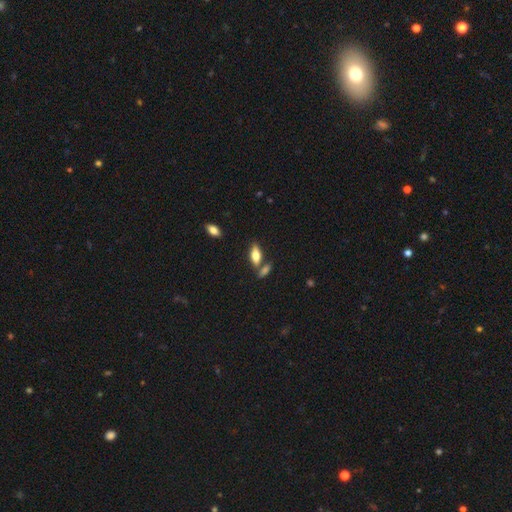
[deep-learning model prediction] Smooth or featured? Predicted: smooth (p=0.67). How rounded? Predicted: in between (p=0.74). Merging? Predicted: none (p=0.66).